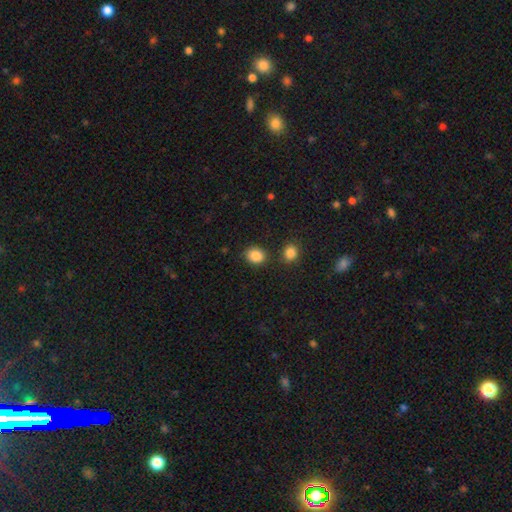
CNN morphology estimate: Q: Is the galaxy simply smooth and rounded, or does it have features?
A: smooth — 87%.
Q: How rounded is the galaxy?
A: round — 59%.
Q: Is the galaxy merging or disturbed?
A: none — 80%.